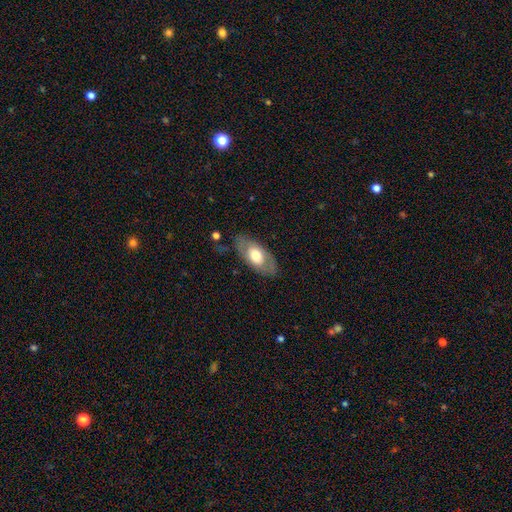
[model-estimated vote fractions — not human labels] smooth-or-featured: smooth: 52% | featured or disk: 42% | star or artifact: 6%
  how-rounded: in between: 90% | cigar-shaped: 5% | round: 5%
  merging: none: 78% | minor disturbance: 15% | major disturbance: 6% | merger: 2%